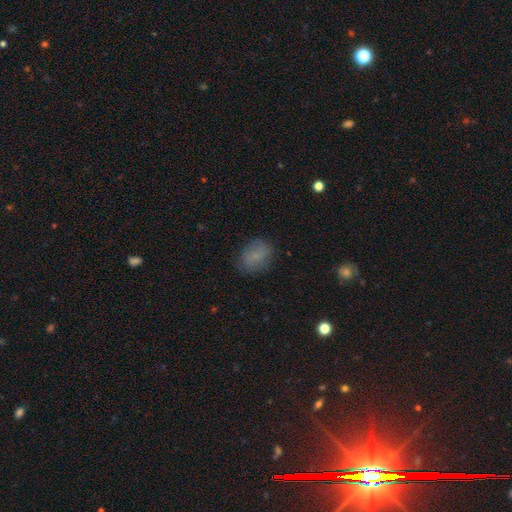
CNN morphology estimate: Smooth or featured?
  - smooth: 77% *
  - featured or disk: 13%
  - star or artifact: 11%
How rounded?
  - in between: 71% *
  - round: 27%
  - cigar-shaped: 1%
Merging?
  - none: 77% *
  - minor disturbance: 16%
  - major disturbance: 6%
  - merger: 1%